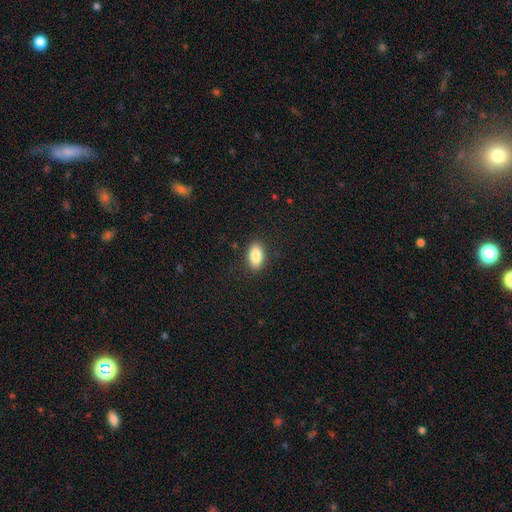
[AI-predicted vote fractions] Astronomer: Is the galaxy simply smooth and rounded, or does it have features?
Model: smooth — 87%.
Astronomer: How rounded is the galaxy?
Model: in between — 91%.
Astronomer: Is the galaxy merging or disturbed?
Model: none — 88%.